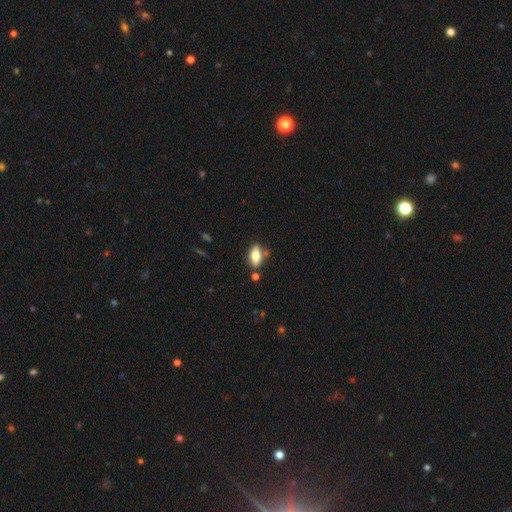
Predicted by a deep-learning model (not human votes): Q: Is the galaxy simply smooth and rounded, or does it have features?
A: smooth — 68%.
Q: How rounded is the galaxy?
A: in between — 82%.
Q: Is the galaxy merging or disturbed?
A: none — 73%.